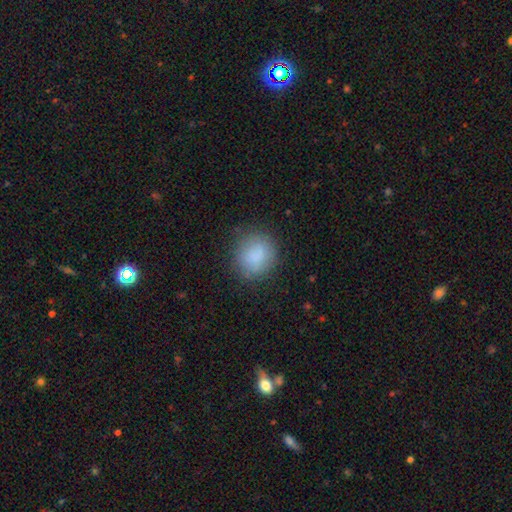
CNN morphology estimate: A smooth galaxy with no disk features (84%) that is round (80%). Merging: none (79%).